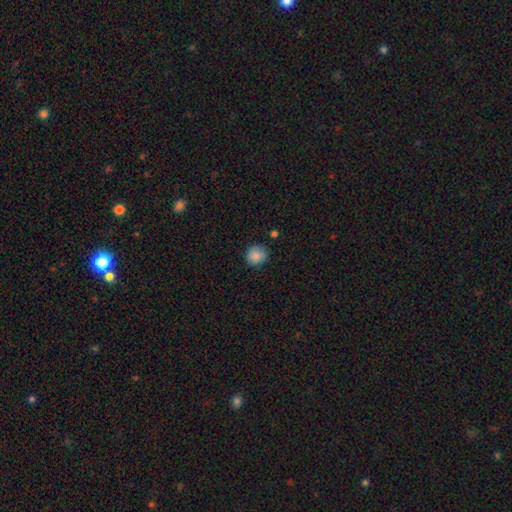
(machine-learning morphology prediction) smooth-or-featured: smooth: 85% | star or artifact: 8% | featured or disk: 6%
  how-rounded: round: 87% | in between: 12% | cigar-shaped: 1%
  merging: none: 80% | minor disturbance: 15% | major disturbance: 3% | merger: 2%